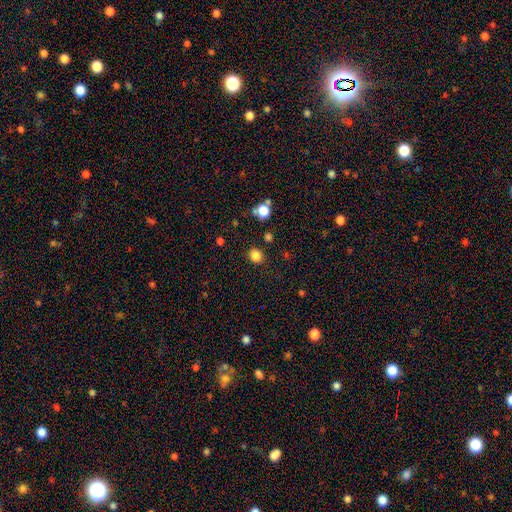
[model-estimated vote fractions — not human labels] Smooth or featured? Predicted: smooth (p=0.83). How rounded? Predicted: round (p=0.77). Merging? Predicted: none (p=0.87).